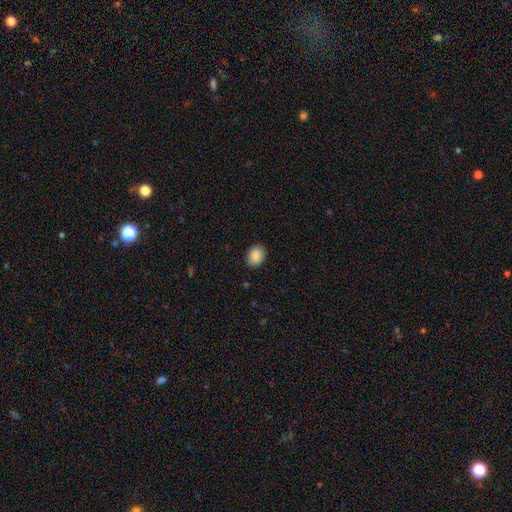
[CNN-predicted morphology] This is clearly a smooth galaxy (88%). How rounded: likely in between (64%). Merging: clearly none (89%).